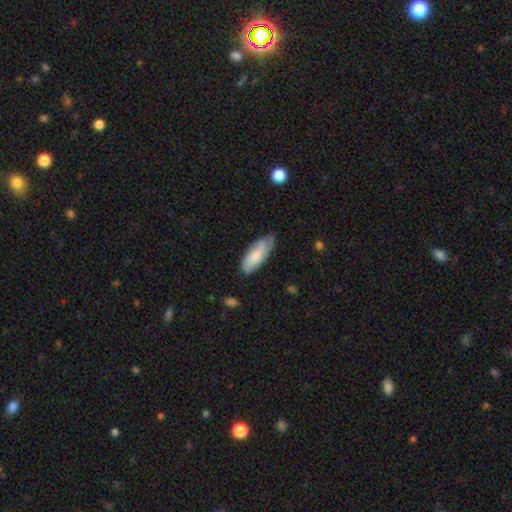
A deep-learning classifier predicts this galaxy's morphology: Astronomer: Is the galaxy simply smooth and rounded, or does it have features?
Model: smooth — 70%.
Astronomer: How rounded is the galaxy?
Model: in between — 74%.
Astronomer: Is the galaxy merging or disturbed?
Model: none — 64%.